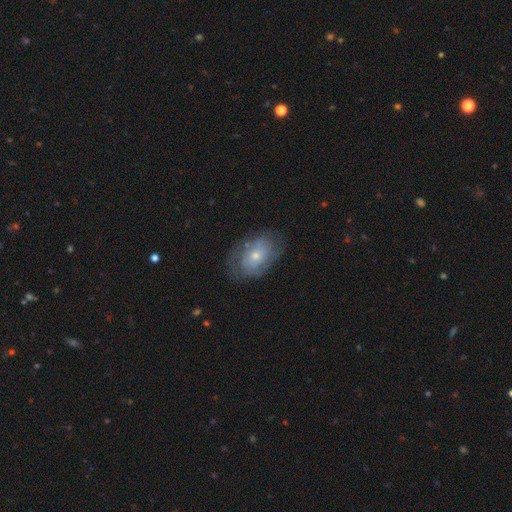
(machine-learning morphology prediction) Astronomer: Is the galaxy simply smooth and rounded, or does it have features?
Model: featured or disk — 55% (runner-up: smooth, 37%).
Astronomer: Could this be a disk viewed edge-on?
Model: no — 94%.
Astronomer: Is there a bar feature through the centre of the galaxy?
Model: no — 82%.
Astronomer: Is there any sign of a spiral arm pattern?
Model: yes — 61% (runner-up: no, 39%).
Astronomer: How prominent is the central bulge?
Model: small — 60% (runner-up: moderate, 35%).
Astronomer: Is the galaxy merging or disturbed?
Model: none — 70%.